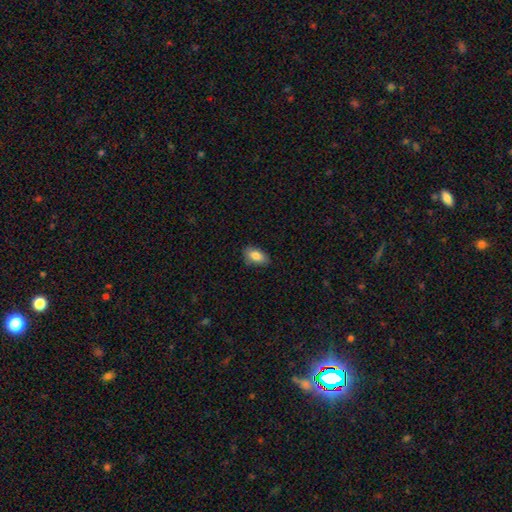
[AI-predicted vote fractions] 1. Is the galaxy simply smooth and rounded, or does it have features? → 85% smooth, 8% featured or disk, 7% star or artifact.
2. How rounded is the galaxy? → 91% in between, 6% round, 3% cigar-shaped.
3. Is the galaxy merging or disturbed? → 79% none, 17% minor disturbance, 3% major disturbance, 1% merger.